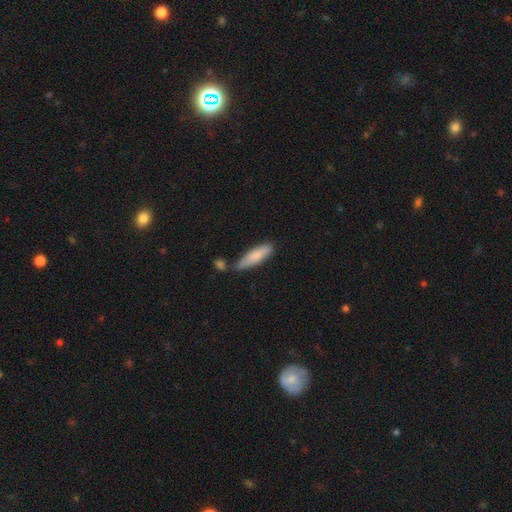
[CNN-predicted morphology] Q: Smooth or featured?
A: smooth (80%); runner-up: featured or disk (14%)
Q: How rounded?
A: cigar-shaped (60%); runner-up: in between (39%)
Q: Merging?
A: none (54%); runner-up: minor disturbance (24%)